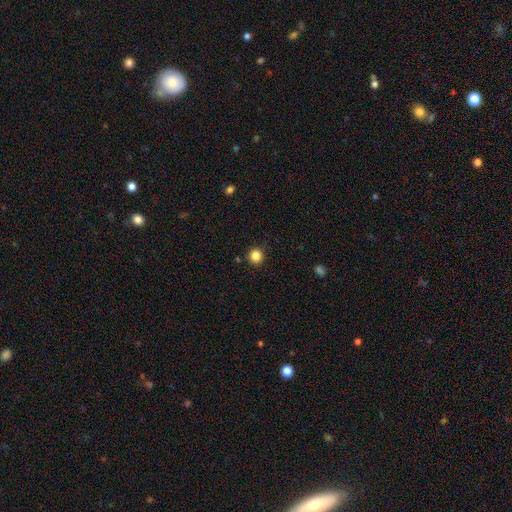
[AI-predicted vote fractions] Smooth or featured? smooth (84%)
How rounded? round (94%)
Merging? none (91%)